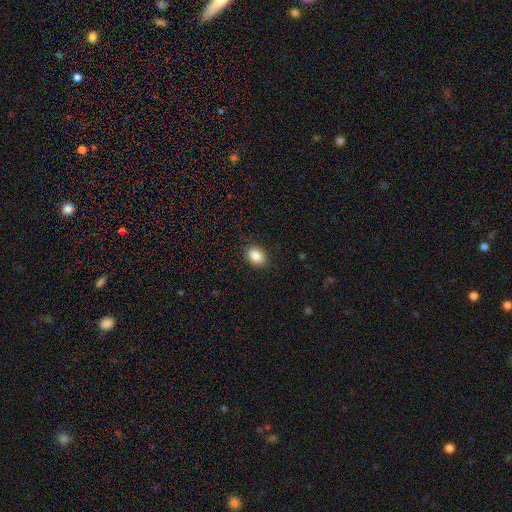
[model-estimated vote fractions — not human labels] smooth 88%, star or artifact 8%, featured or disk 4%. Down the decision tree: how rounded — in between (69%); merging — none (89%).